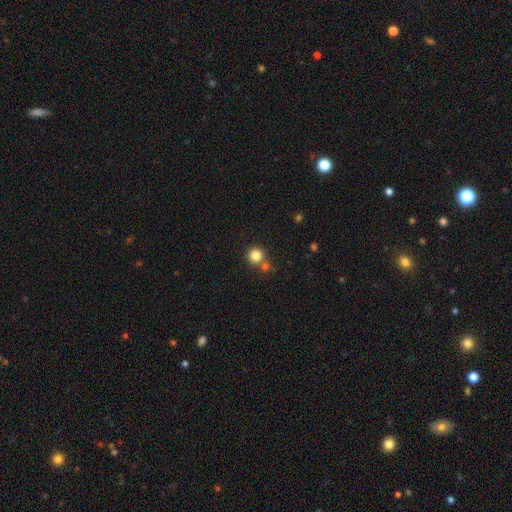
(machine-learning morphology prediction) The model was most divided on "merging": none: 67%, merger: 22%, minor disturbance: 8%, major disturbance: 3%. More confident: how rounded — round (93%); smooth or featured — smooth (83%).